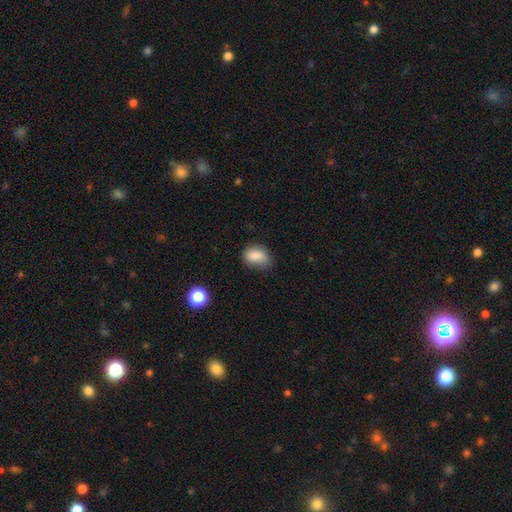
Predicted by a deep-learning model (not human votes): A smooth galaxy with no disk features (83%) that is in between round and cigar-shaped (71%).

Vote fractions:
- Smooth or featured? smooth: 83% / star or artifact: 9% / featured or disk: 8%
- How rounded? in between: 71% / round: 28% / cigar-shaped: 1%
- Merging? none: 58% / minor disturbance: 32% / major disturbance: 8% / merger: 2%